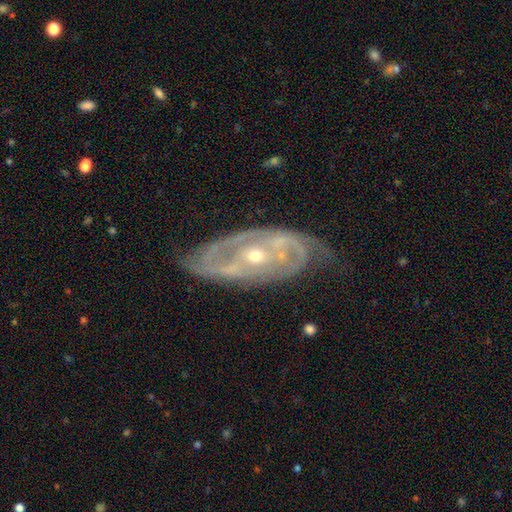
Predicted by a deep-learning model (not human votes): This is clearly a featured or disk galaxy (87%). It is clearly not viewed edge-on (93%). Bar: likely no (64%). Spiral arm pattern: clearly yes (88%). Spiral arm count: possibly 2 (54%). Spiral winding: possibly tight (55%). Central bulge: possibly small (58%). Merging: likely none (65%).